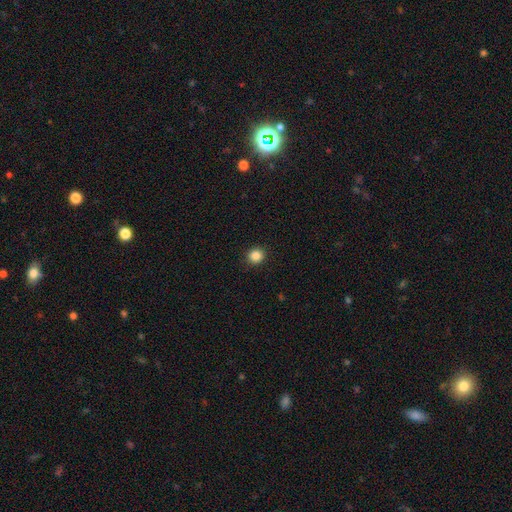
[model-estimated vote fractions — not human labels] Q: Smooth or featured?
A: smooth (86%); runner-up: star or artifact (11%)
Q: How rounded?
A: round (91%); runner-up: in between (8%)
Q: Merging?
A: none (92%); runner-up: minor disturbance (5%)